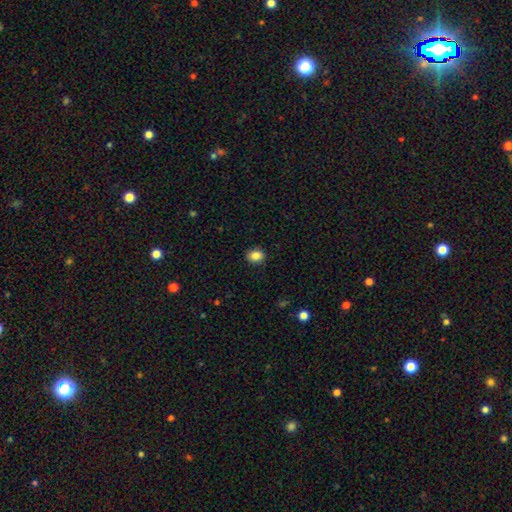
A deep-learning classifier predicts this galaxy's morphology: Smooth or featured? Predicted: smooth (p=0.86). How rounded? Predicted: round (p=0.59). Merging? Predicted: none (p=0.90).